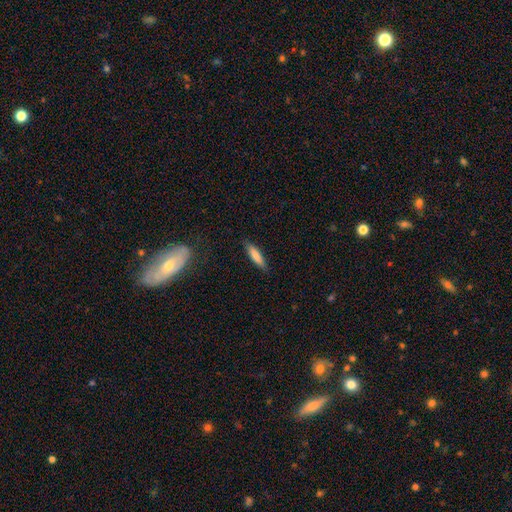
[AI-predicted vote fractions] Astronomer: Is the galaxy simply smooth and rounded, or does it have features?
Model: smooth — 79%.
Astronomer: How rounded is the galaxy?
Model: cigar-shaped — 75%.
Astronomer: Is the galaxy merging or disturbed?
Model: none — 86%.